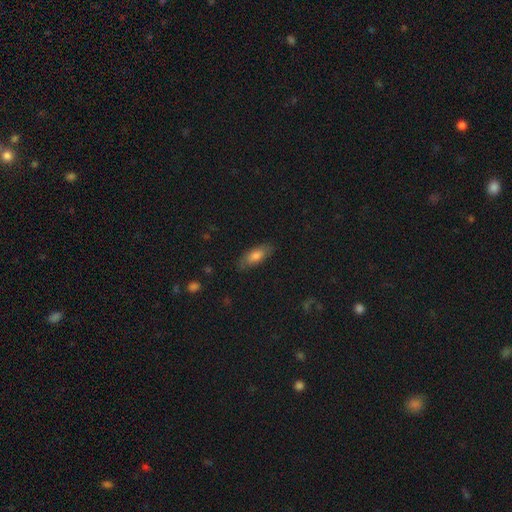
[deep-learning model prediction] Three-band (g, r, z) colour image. It shows a smooth galaxy with no disk features (75%) that is in between round and cigar-shaped (77%). Merging: none (81%).